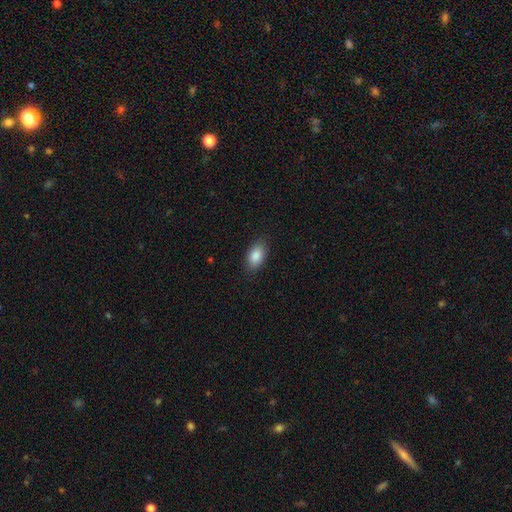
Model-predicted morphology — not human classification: This appears to be a smooth galaxy with no disk features (87%) that is in between round and cigar-shaped (91%). Merging: none (86%).